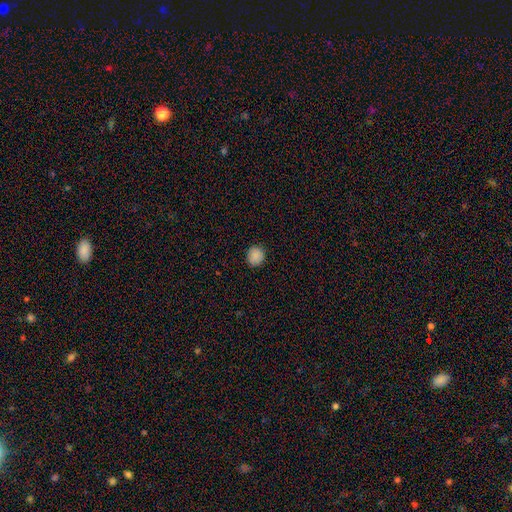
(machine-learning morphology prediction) smooth 88%, star or artifact 9%, featured or disk 3%. Down the decision tree: how rounded — round (79%); merging — none (89%).